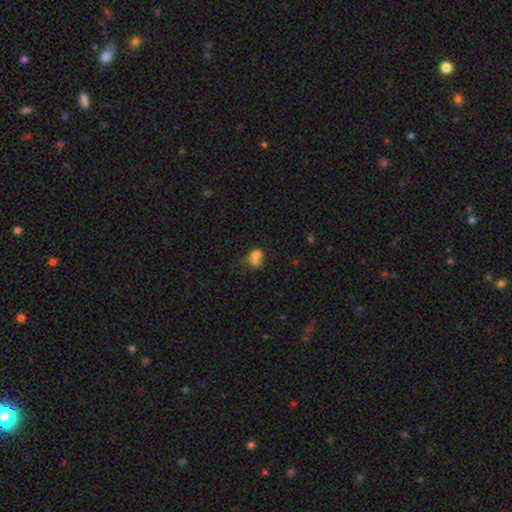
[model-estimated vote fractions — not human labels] smooth-or-featured: smooth: 68% | featured or disk: 19% | star or artifact: 13%
  how-rounded: round: 50% | in between: 49% | cigar-shaped: 1%
  merging: merger: 59% | none: 21% | minor disturbance: 11% | major disturbance: 9%